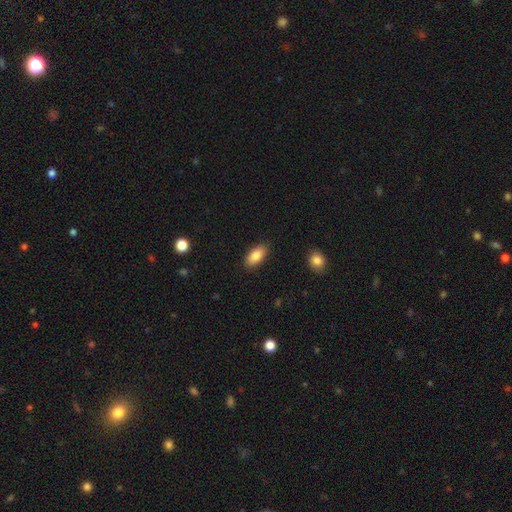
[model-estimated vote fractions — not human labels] smooth-or-featured: smooth: 86% | featured or disk: 7% | star or artifact: 7%
  how-rounded: in between: 91% | cigar-shaped: 7% | round: 3%
  merging: none: 88% | minor disturbance: 9% | major disturbance: 2% | merger: 1%